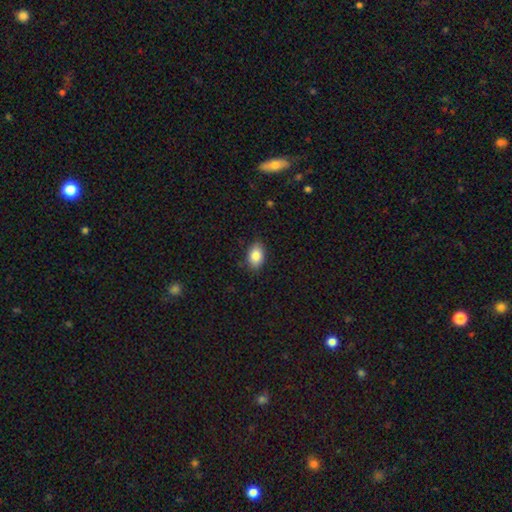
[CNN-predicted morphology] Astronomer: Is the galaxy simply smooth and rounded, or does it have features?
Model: smooth — 86%.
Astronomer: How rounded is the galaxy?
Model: in between — 87%.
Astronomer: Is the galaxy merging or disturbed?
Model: none — 84%.